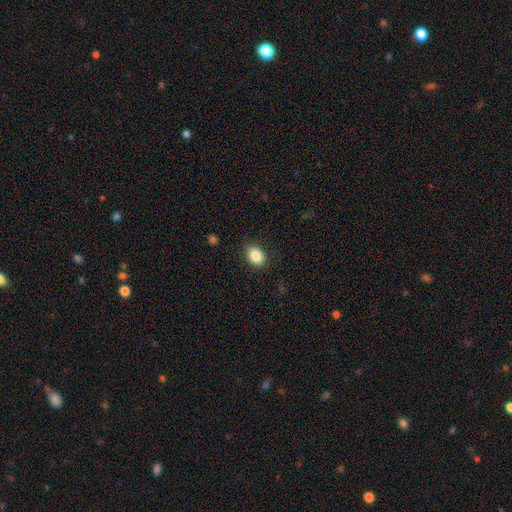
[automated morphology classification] Q: Smooth or featured?
A: smooth (86%); runner-up: star or artifact (8%)
Q: How rounded?
A: in between (72%); runner-up: round (27%)
Q: Merging?
A: none (87%); runner-up: minor disturbance (10%)